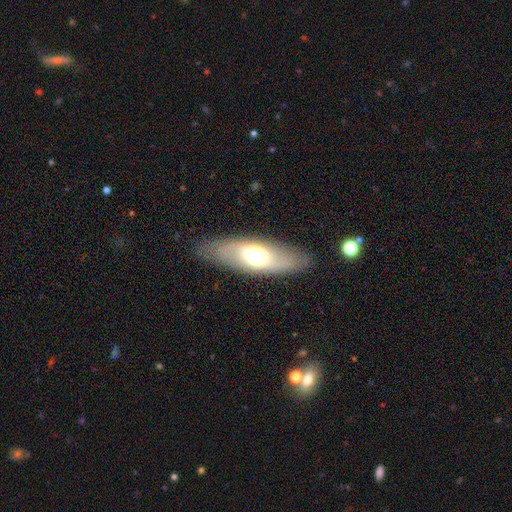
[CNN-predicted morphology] This appears to be a smooth galaxy with no disk features (52%) that is in between round and cigar-shaped (68%). Merging: none (83%).